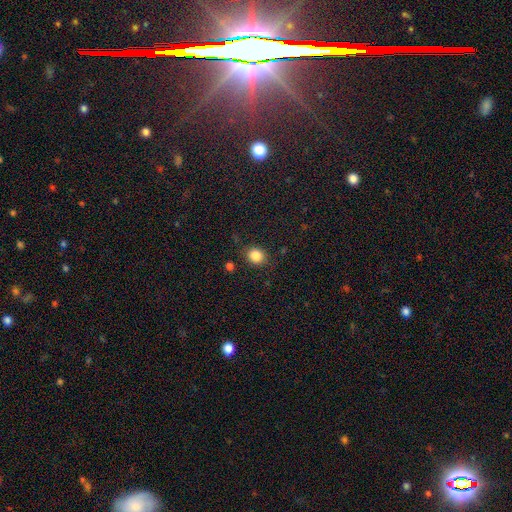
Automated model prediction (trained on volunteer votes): Q: Smooth or featured?
A: smooth (85%); runner-up: star or artifact (10%)
Q: How rounded?
A: round (66%); runner-up: in between (33%)
Q: Merging?
A: none (83%); runner-up: minor disturbance (11%)